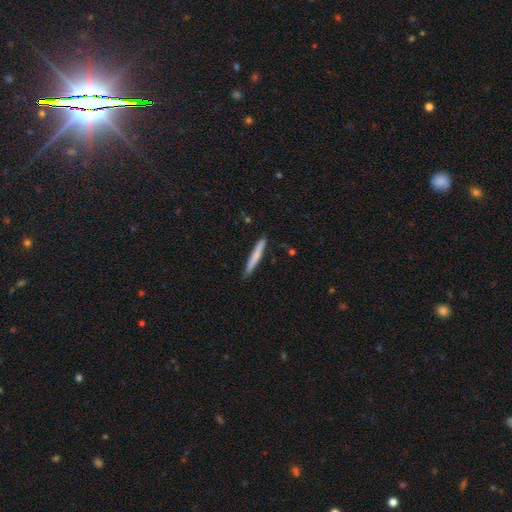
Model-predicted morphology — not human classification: smooth-or-featured: smooth: 70% | featured or disk: 24% | star or artifact: 6%
  how-rounded: cigar-shaped: 96% | in between: 3% | round: 1%
  merging: none: 87% | minor disturbance: 10% | major disturbance: 2% | merger: 2%